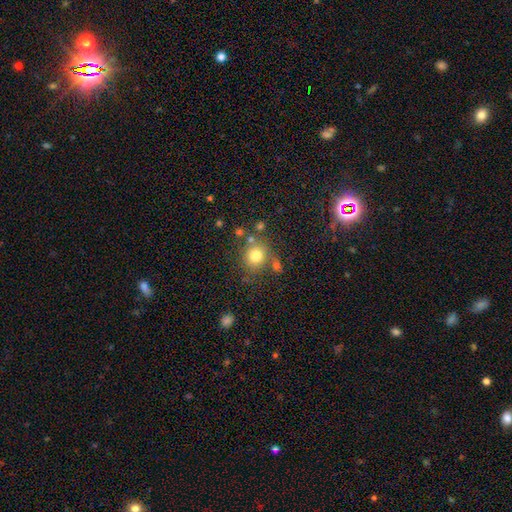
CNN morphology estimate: This appears to be a smooth galaxy with no disk features (77%) that is round (83%). Merging: none (69%).